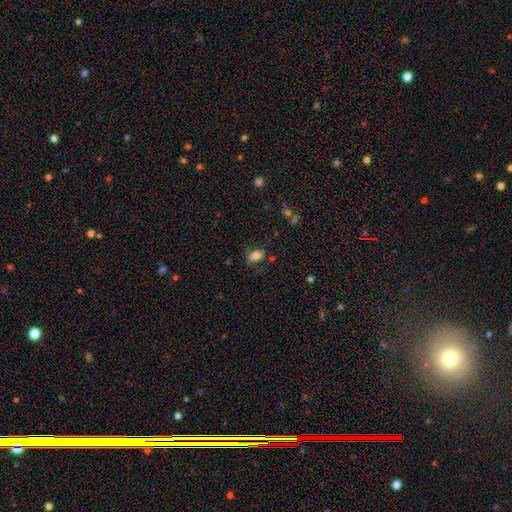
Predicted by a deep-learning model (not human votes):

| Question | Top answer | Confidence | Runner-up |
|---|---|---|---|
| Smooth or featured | smooth | 76% | featured or disk (14%) |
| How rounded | in between | 88% | round (9%) |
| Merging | none | 71% | minor disturbance (19%) |